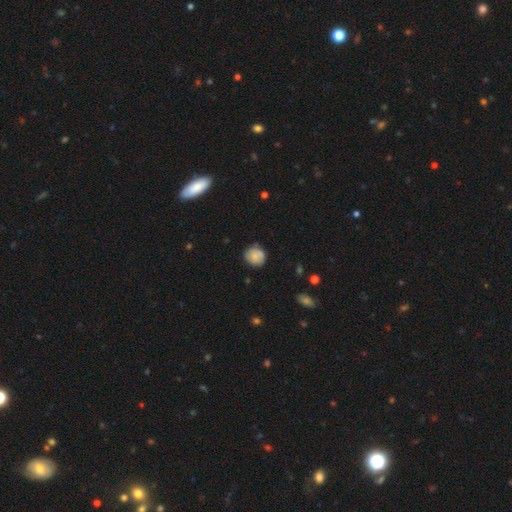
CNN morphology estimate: smooth_or_featured: smooth (p=0.75) [alt: featured or disk p=0.17]
how_rounded: round (p=0.83) [alt: in between p=0.16]
merging: none (p=0.75) [alt: minor disturbance p=0.19]